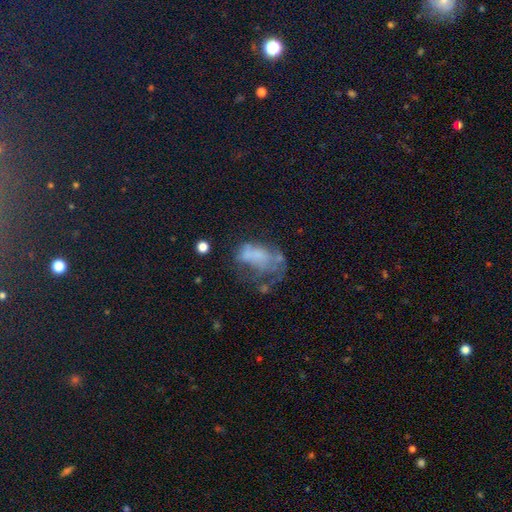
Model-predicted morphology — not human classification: The model was most divided on "smooth or featured": featured or disk: 45%, smooth: 39%, star or artifact: 16%. Remaining: merging — major disturbance (44%).